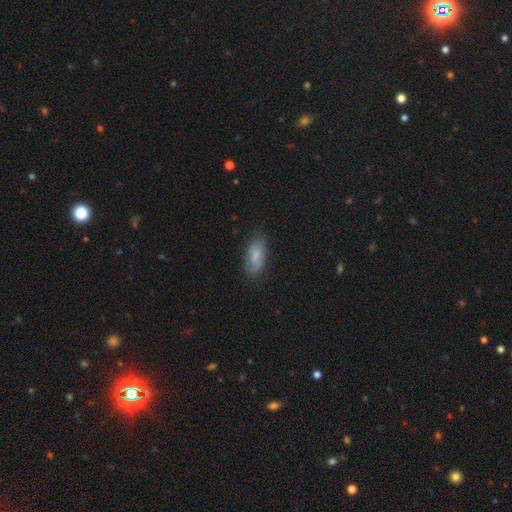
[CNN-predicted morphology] A smooth galaxy with no disk features (82%) that is in between round and cigar-shaped (88%).

Vote fractions:
- Smooth or featured? smooth: 82% / featured or disk: 12% / star or artifact: 7%
- How rounded? in between: 88% / cigar-shaped: 10% / round: 3%
- Merging? none: 77% / minor disturbance: 18% / major disturbance: 4% / merger: 1%